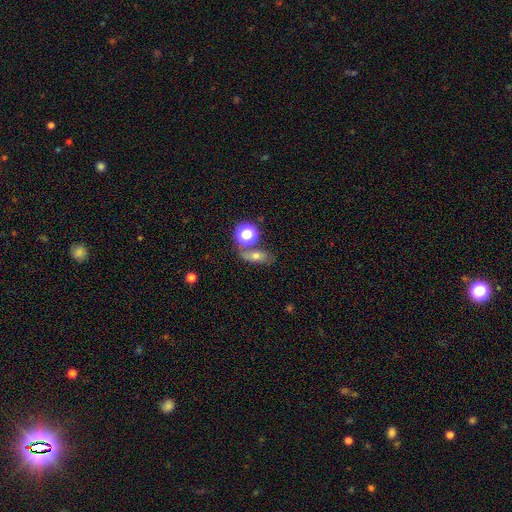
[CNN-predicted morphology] smooth_or_featured: smooth (p=0.57) [alt: featured or disk p=0.24]
how_rounded: in between (p=0.58) [alt: round p=0.27]
merging: none (p=0.59) [alt: merger p=0.19]